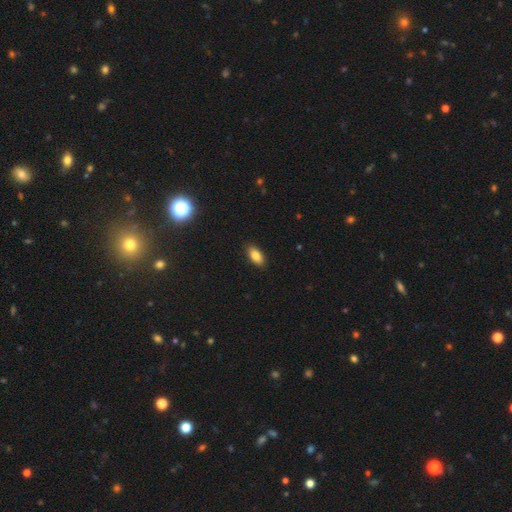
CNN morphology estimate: Q: Smooth or featured?
A: smooth (84%); runner-up: star or artifact (8%)
Q: How rounded?
A: in between (90%); runner-up: cigar-shaped (7%)
Q: Merging?
A: none (88%); runner-up: minor disturbance (9%)